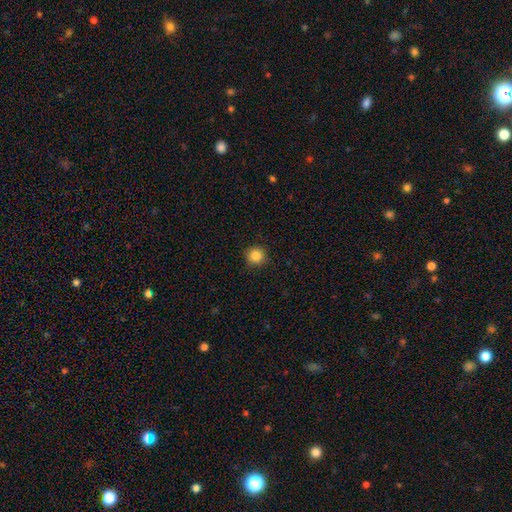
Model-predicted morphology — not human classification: A smooth galaxy with no disk features (86%) that is round (94%).

Vote fractions:
- Smooth or featured? smooth: 86% / star or artifact: 10% / featured or disk: 4%
- How rounded? round: 94% / in between: 5% / cigar-shaped: 1%
- Merging? none: 89% / minor disturbance: 8% / major disturbance: 2% / merger: 1%